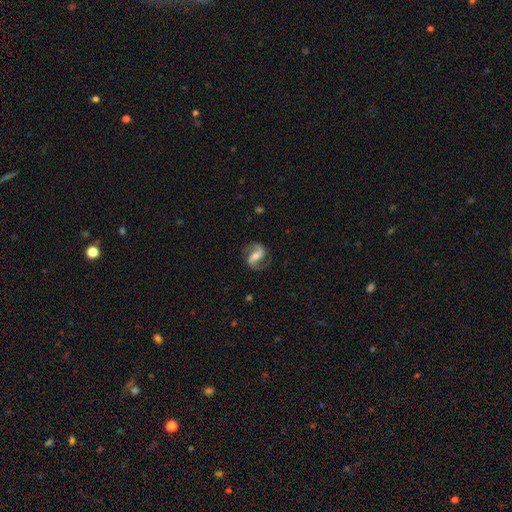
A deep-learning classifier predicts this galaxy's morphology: Smooth or featured? featured or disk (87%)
Edge-on disk? no (97%)
Bar? strong (41%)
Spiral arms? yes (96%)
Spiral winding? medium (50%)
Spiral arm count? 2 (93%)
Bulge size? moderate (50%)
Merging? none (81%)